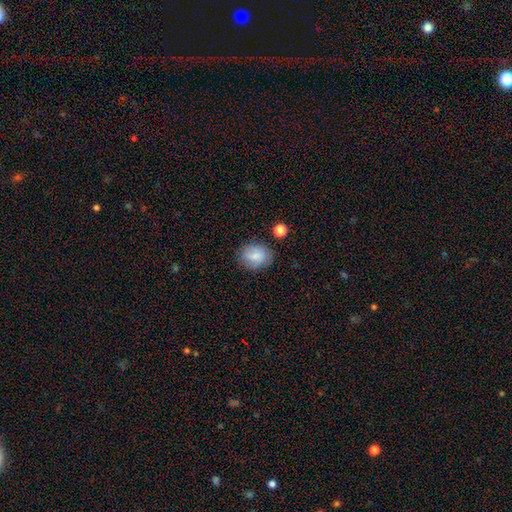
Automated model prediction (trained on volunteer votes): A smooth galaxy with no disk features (81%) that is in between round and cigar-shaped (57%).

Vote fractions:
- Smooth or featured? smooth: 81% / featured or disk: 10% / star or artifact: 8%
- How rounded? in between: 57% / round: 42% / cigar-shaped: 1%
- Merging? none: 76% / minor disturbance: 16% / major disturbance: 4% / merger: 3%